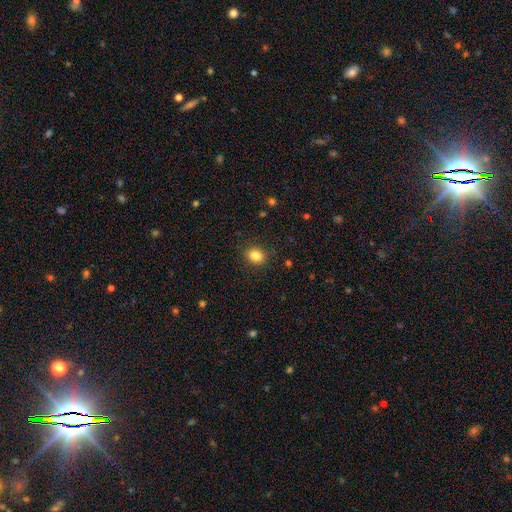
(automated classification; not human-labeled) smooth 84%, star or artifact 11%, featured or disk 5%. Down the decision tree: how rounded — round (57%); merging — none (89%).